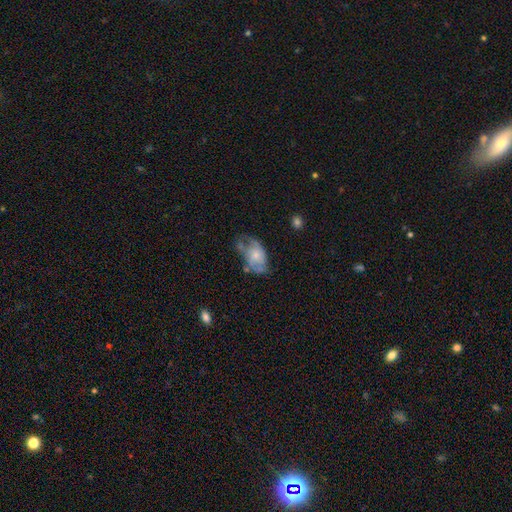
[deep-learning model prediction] Overall: featured or disk (52%; smooth 41%). Edge-on disk: no (96%). Merging: none (34%; minor disturbance 31%).